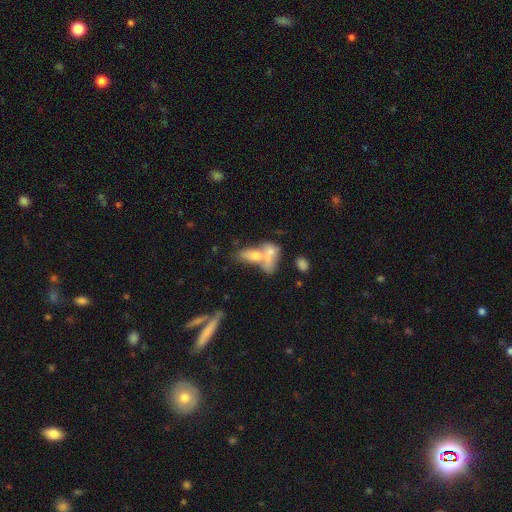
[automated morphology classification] type=smooth (57%); roundness=in between (72%); merging=merger (60%).